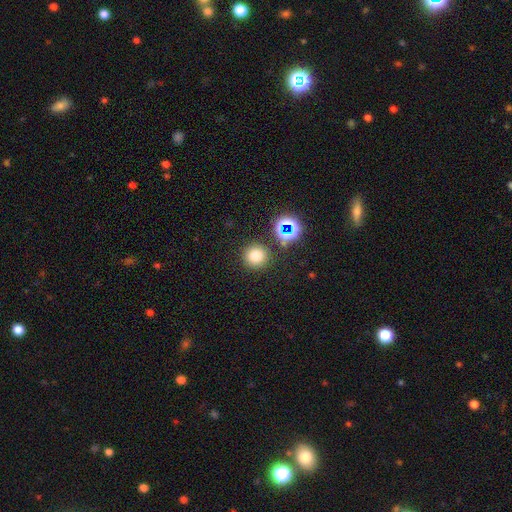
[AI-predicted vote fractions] Smooth or featured? smooth (75%)
How rounded? round (94%)
Merging? none (85%)